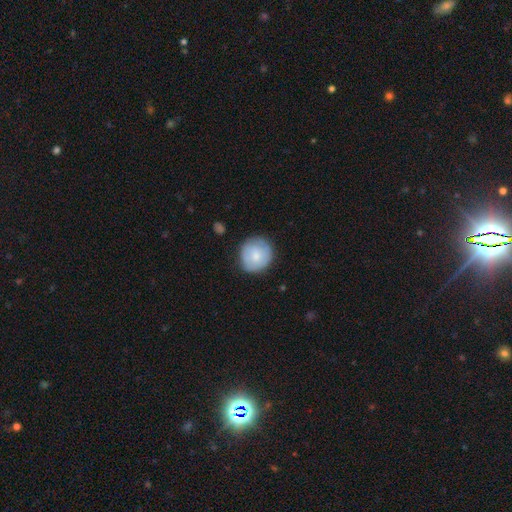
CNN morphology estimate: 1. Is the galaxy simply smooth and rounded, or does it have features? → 74% smooth, 20% featured or disk, 6% star or artifact.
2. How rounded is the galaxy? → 91% round, 8% in between, 1% cigar-shaped.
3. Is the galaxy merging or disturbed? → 79% none, 16% minor disturbance, 3% major disturbance, 1% merger.